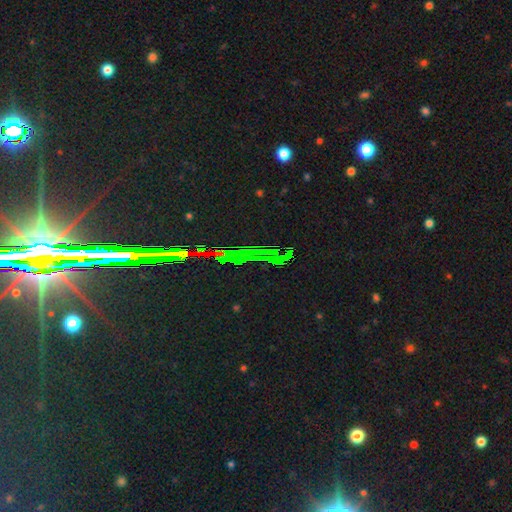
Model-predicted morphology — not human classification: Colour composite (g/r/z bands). It shows a star or artifact, not a galaxy (81%).